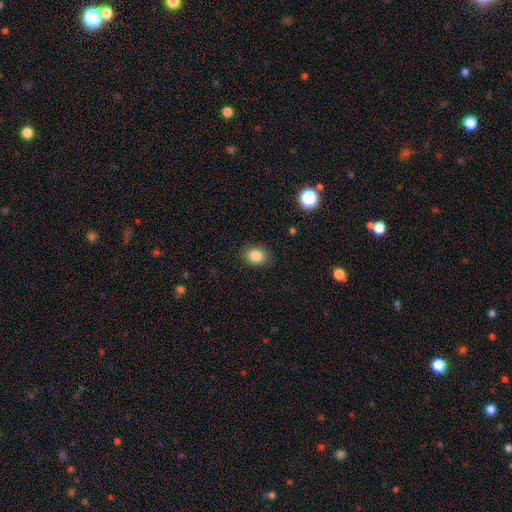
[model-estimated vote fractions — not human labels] Smooth or featured? smooth (85%)
How rounded? in between (55%)
Merging? none (85%)